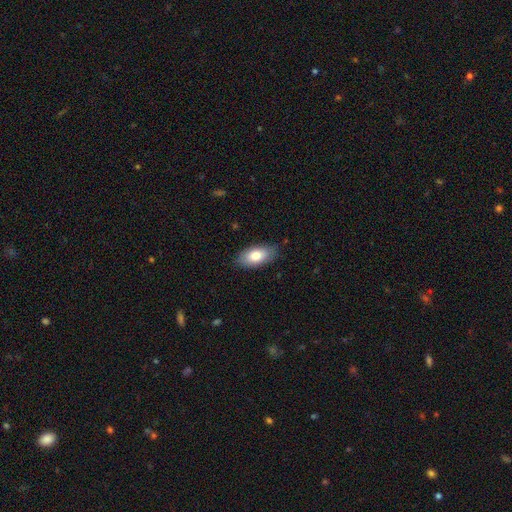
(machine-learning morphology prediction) Smooth or featured: smooth — 80% (featured or disk — 13%)
How rounded: in between — 92% (cigar-shaped — 5%)
Merging: none — 82% (minor disturbance — 14%)